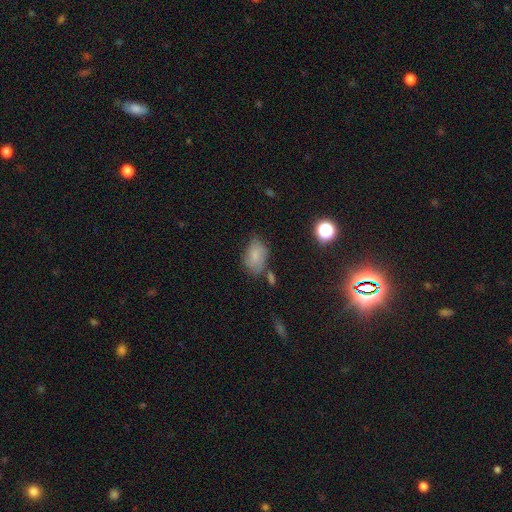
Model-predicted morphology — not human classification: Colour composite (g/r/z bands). It shows a smooth galaxy with no disk features (70%) that is in between round and cigar-shaped (85%). Merging: none (56%).